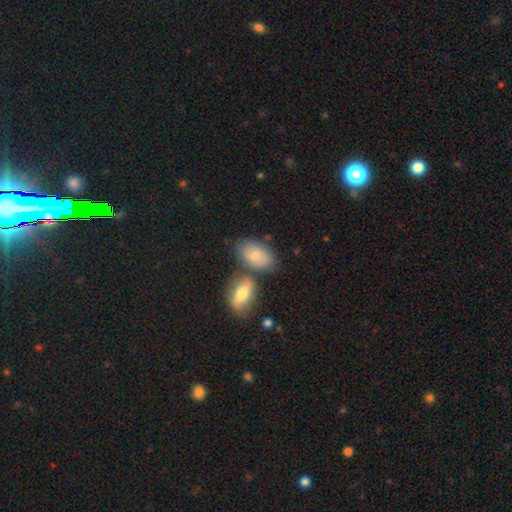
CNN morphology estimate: type=smooth (71%); roundness=in between (90%); merging=none (52%).